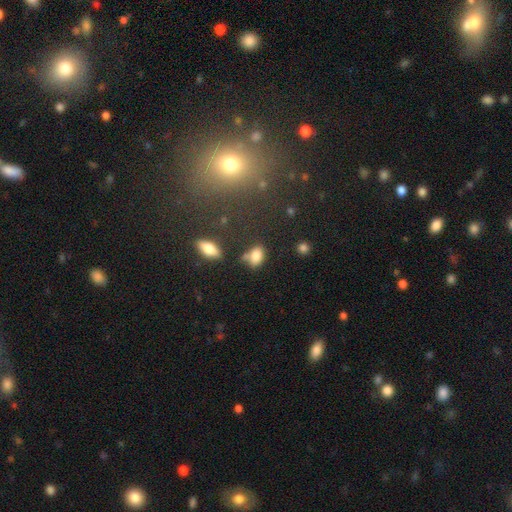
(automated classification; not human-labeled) smooth 80%, star or artifact 10%, featured or disk 10%. Down the decision tree: how rounded — in between (85%); merging — none (49%).